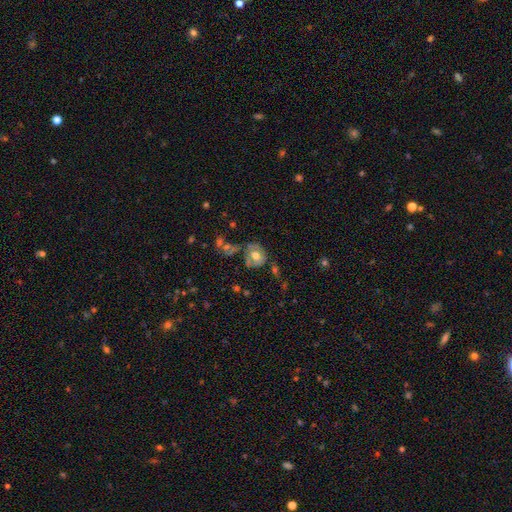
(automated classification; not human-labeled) Overall: smooth (56%; featured or disk 36%). How rounded: round (66%; in between 33%). Merging: none (44%; minor disturbance 24%).